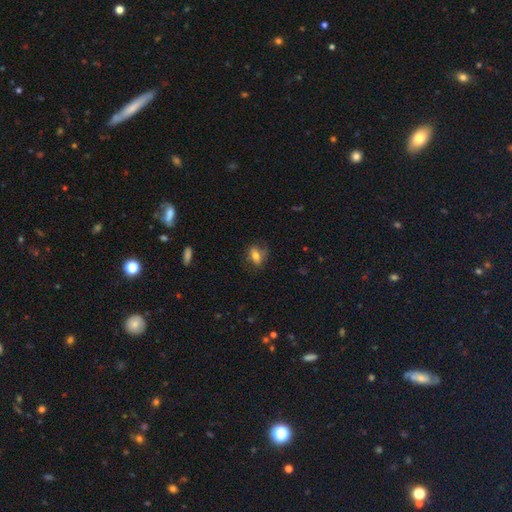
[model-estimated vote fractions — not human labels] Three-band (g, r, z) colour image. It shows a smooth galaxy with no disk features (64%) that is in between round and cigar-shaped (72%). Merging: none (68%).